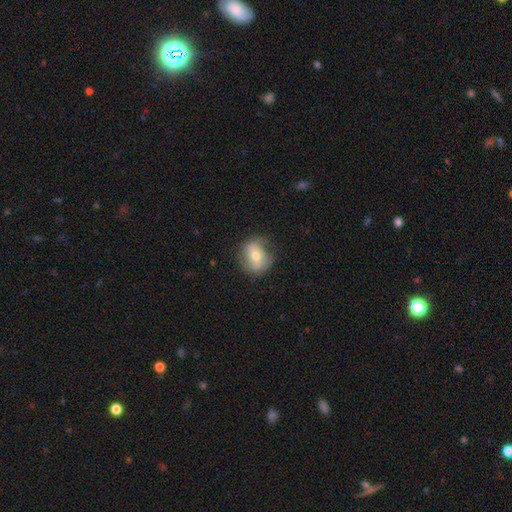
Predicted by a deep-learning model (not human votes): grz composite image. It shows a smooth galaxy with no disk features (56%) that is round (59%). Merging: none (68%).